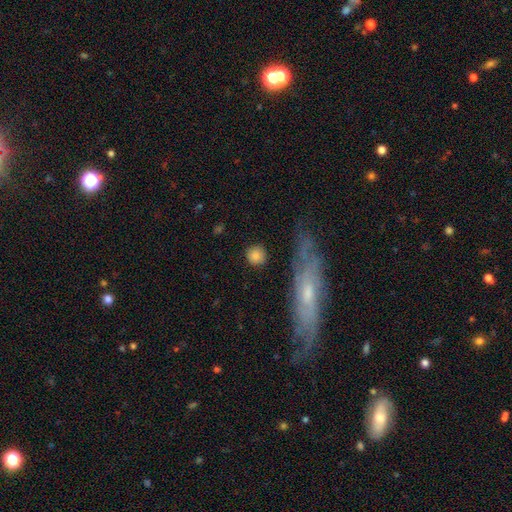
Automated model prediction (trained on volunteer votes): Smooth or featured: smooth — 83% (featured or disk — 9%)
How rounded: round — 92% (in between — 6%)
Merging: none — 85% (minor disturbance — 8%)